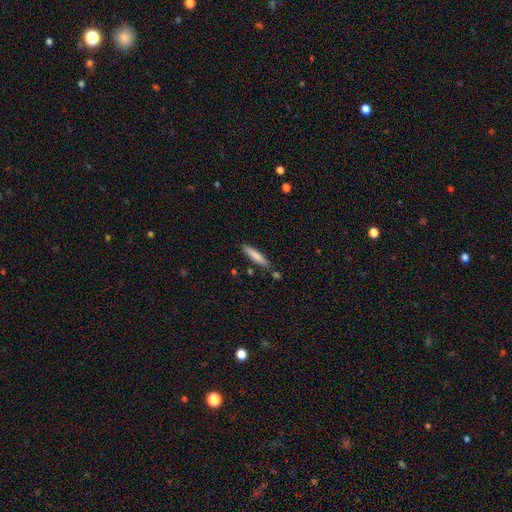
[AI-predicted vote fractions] smooth_or_featured: smooth (p=0.78) [alt: featured or disk p=0.16]
how_rounded: cigar-shaped (p=0.89) [alt: in between p=0.09]
merging: none (p=0.81) [alt: minor disturbance p=0.12]